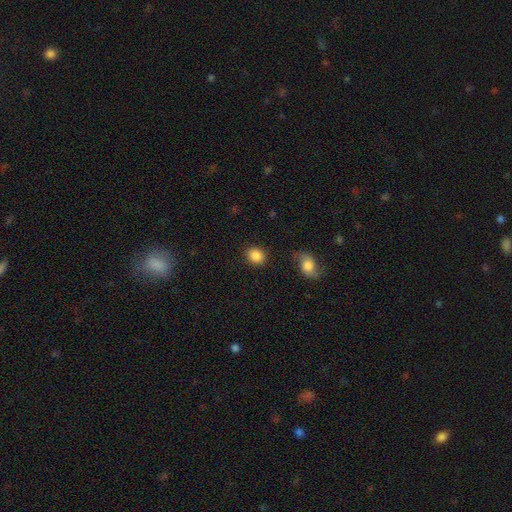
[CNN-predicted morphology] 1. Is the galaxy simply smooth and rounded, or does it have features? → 87% smooth, 8% star or artifact, 5% featured or disk.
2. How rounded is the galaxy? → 67% round, 32% in between, 1% cigar-shaped.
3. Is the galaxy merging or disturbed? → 85% none, 9% minor disturbance, 3% merger, 3% major disturbance.